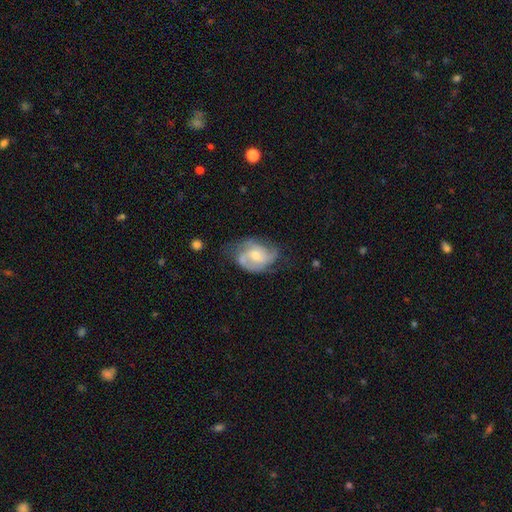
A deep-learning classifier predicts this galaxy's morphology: featured or disk 78%, smooth 16%, star or artifact 6%. Down the decision tree: edge-on disk — no (97%); bar — no (51%); spiral arms — yes (93%); spiral arm count — 2 (49%); spiral winding — medium (49%); bulge size — moderate (56%); merging — none (53%).